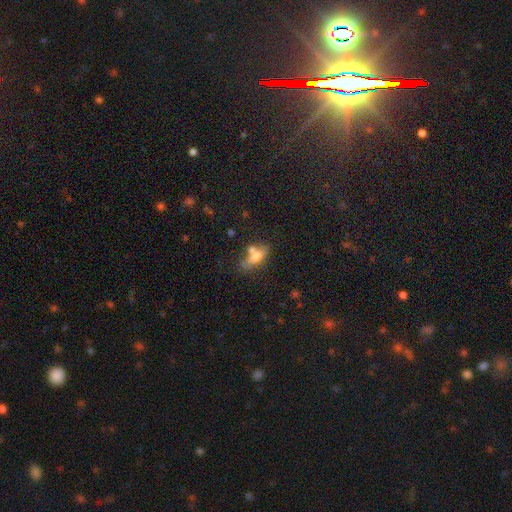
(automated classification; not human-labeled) smooth 65%, featured or disk 25%, star or artifact 10%. Down the decision tree: how rounded — in between (67%); merging — none (45%).